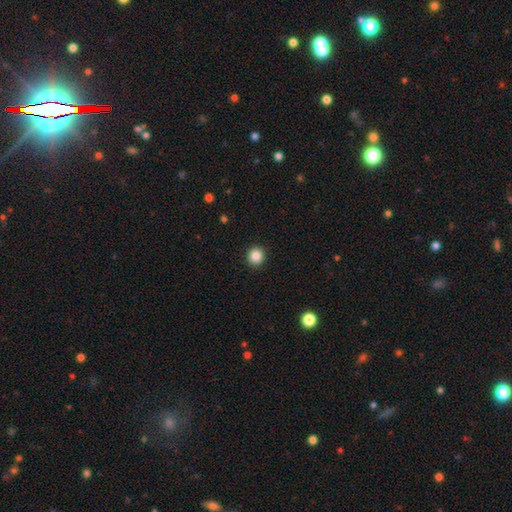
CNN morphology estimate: smooth_or_featured: smooth (p=0.86) [alt: star or artifact p=0.10]
how_rounded: round (p=0.93) [alt: in between p=0.06]
merging: none (p=0.93) [alt: minor disturbance p=0.05]